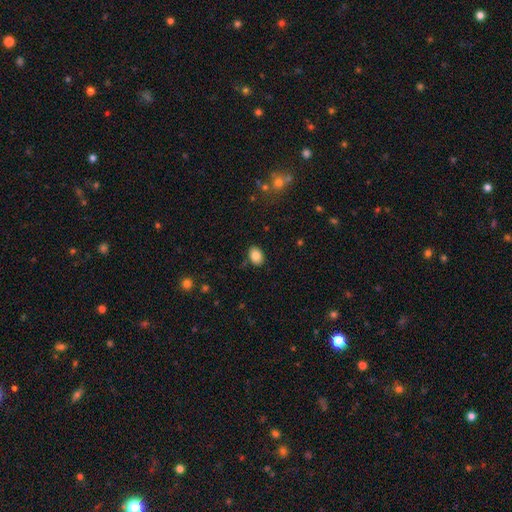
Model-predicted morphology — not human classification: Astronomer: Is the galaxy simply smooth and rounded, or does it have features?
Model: smooth — 85%.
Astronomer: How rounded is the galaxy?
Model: in between — 78%.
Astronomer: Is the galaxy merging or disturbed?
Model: none — 84%.